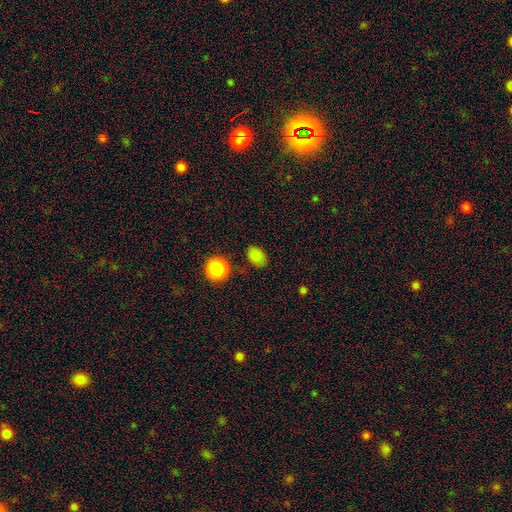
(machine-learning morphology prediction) smooth-or-featured: smooth: 82% | star or artifact: 14% | featured or disk: 4%
  how-rounded: in between: 66% | round: 33% | cigar-shaped: 1%
  merging: none: 75% | minor disturbance: 15% | merger: 5% | major disturbance: 5%